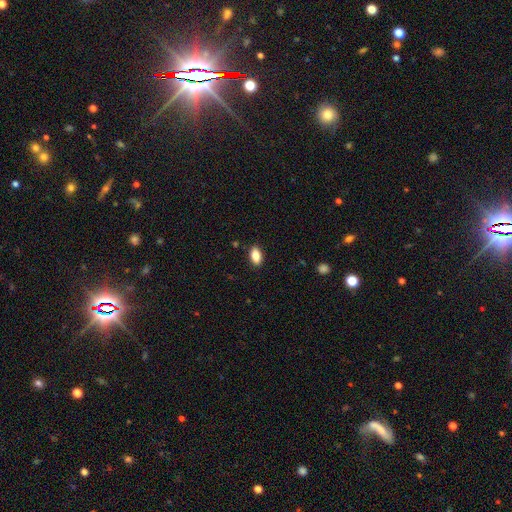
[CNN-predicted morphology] The model was most divided on "smooth or featured": smooth: 84%, star or artifact: 8%, featured or disk: 8%. More confident: how rounded — in between (91%); merging — none (89%).